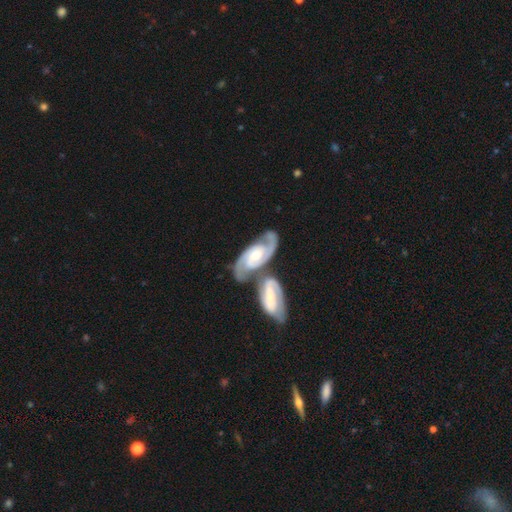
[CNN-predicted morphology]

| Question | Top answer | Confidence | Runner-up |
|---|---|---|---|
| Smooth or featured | featured or disk | 91% | smooth (6%) |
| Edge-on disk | no | 96% | yes (4%) |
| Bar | no | 45% | weak (37%) |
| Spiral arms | yes | 98% | no (2%) |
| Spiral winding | medium | 52% | tight (35%) |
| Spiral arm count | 2 | 92% | can't tell (3%) |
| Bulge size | moderate | 49% | small (40%) |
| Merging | merger | 50% | none (36%) |